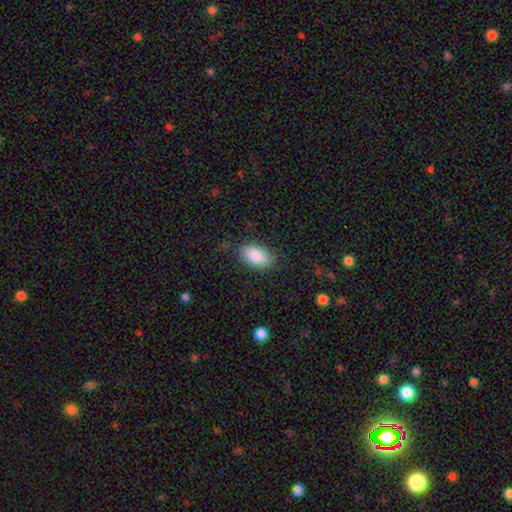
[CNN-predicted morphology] Smooth or featured?
  - smooth: 88% *
  - star or artifact: 7%
  - featured or disk: 5%
How rounded?
  - in between: 93% *
  - round: 6%
  - cigar-shaped: 2%
Merging?
  - none: 80% *
  - minor disturbance: 15%
  - major disturbance: 4%
  - merger: 1%